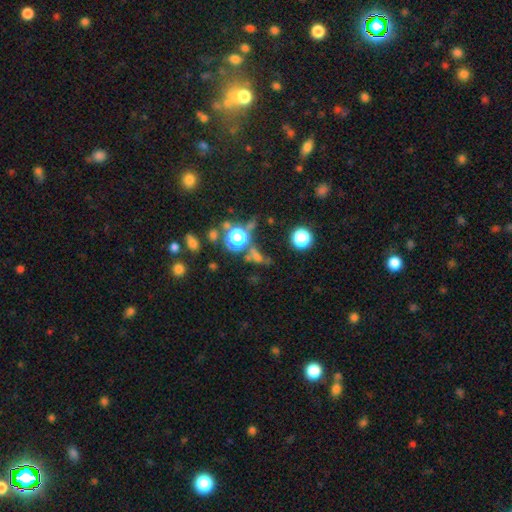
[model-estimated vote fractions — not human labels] smooth-or-featured: star or artifact: 46% | smooth: 41% | featured or disk: 12%